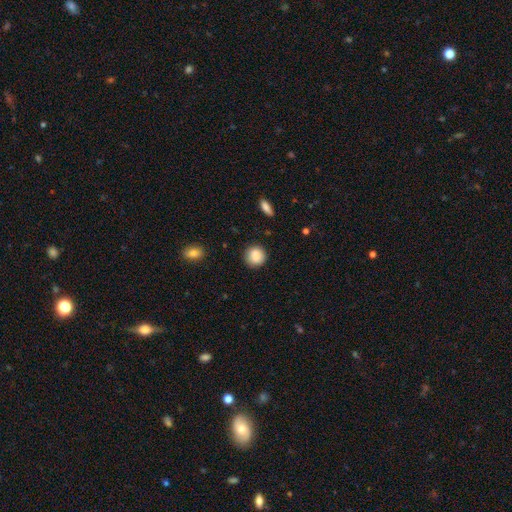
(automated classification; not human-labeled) Smooth or featured: smooth — 88% (star or artifact — 8%)
How rounded: round — 89% (in between — 10%)
Merging: none — 87% (minor disturbance — 9%)